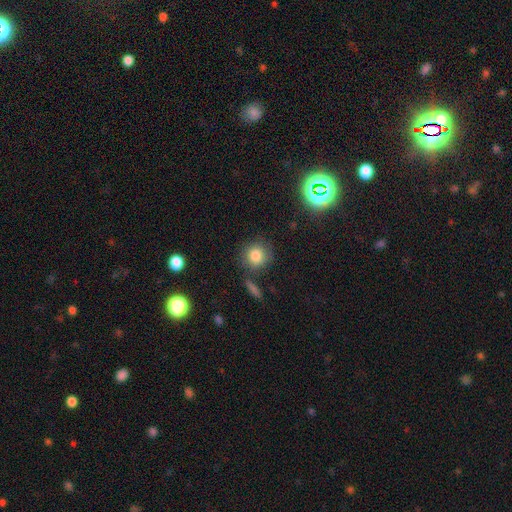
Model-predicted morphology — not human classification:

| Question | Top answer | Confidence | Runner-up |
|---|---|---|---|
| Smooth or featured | smooth | 81% | star or artifact (11%) |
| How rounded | round | 88% | in between (11%) |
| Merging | none | 77% | minor disturbance (12%) |